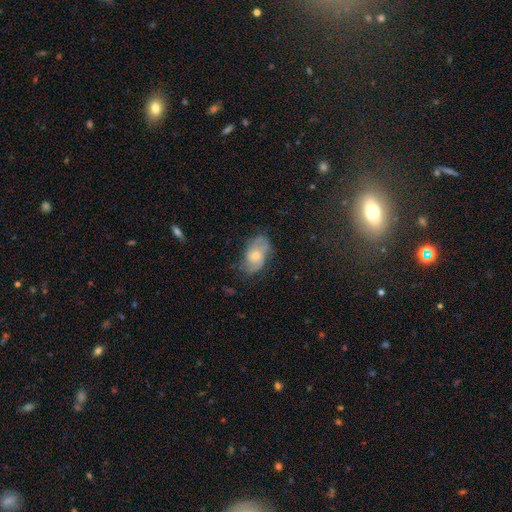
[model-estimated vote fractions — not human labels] This is possibly a featured or disk galaxy (57%). It is clearly not viewed edge-on (95%). Bar: likely no (76%). Spiral arm pattern: likely yes (78%). Central bulge: possibly small (48%). Merging: possibly none (57%).